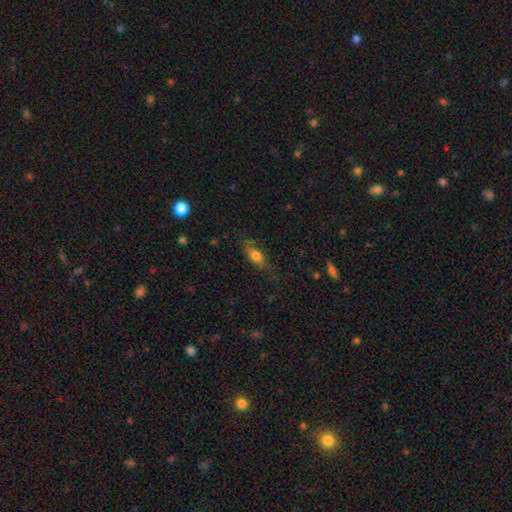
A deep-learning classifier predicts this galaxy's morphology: A smooth galaxy with no disk features (71%) that is in between round and cigar-shaped (71%). Merging: none (69%).